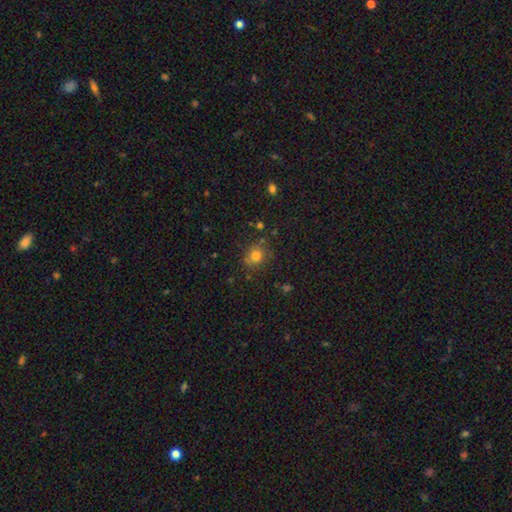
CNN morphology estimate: Q: Smooth or featured?
A: smooth (78%); runner-up: star or artifact (14%)
Q: How rounded?
A: round (74%); runner-up: in between (25%)
Q: Merging?
A: none (76%); runner-up: minor disturbance (15%)